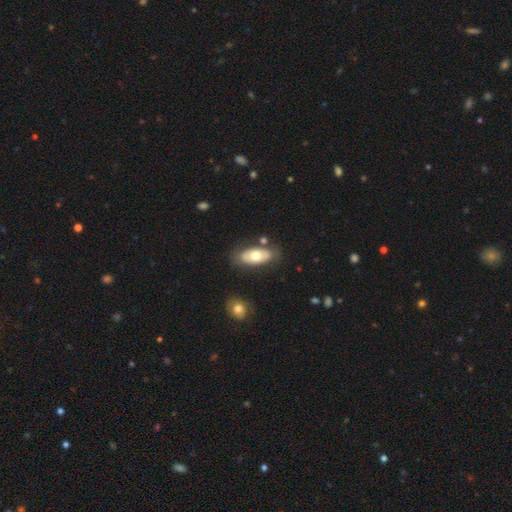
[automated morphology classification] The model was most divided on "smooth or featured": smooth: 60%, featured or disk: 35%, star or artifact: 6%. More confident: how rounded — in between (90%); merging — none (76%).